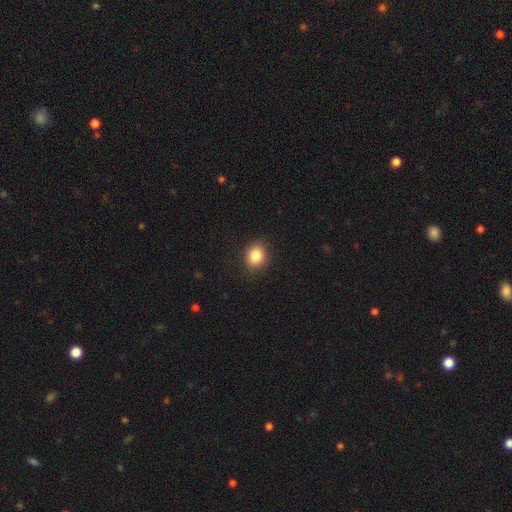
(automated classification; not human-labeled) The model was most divided on "how rounded": round: 63%, in between: 36%, cigar-shaped: 1%. More confident: merging — none (88%); smooth or featured — smooth (85%).